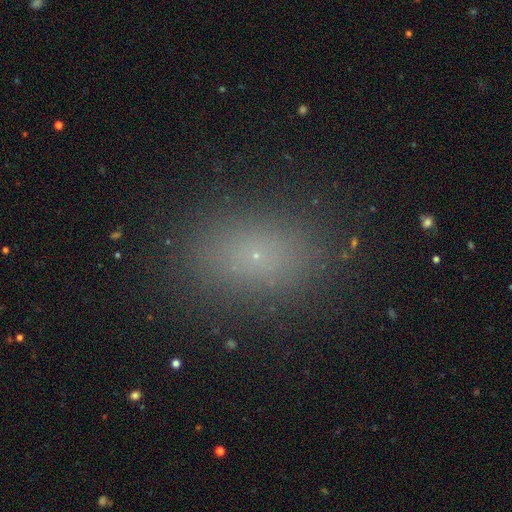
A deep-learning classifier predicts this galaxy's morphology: Smooth or featured?
  - smooth: 67% *
  - star or artifact: 21%
  - featured or disk: 11%
How rounded?
  - in between: 75% *
  - round: 22%
  - cigar-shaped: 2%
Merging?
  - none: 86% *
  - minor disturbance: 9%
  - major disturbance: 4%
  - merger: 1%